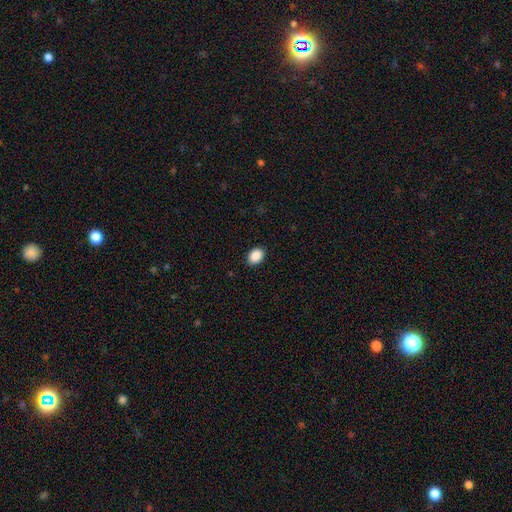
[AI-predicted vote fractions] Q: Smooth or featured?
A: smooth (89%); runner-up: star or artifact (8%)
Q: How rounded?
A: in between (70%); runner-up: round (29%)
Q: Merging?
A: none (90%); runner-up: minor disturbance (7%)